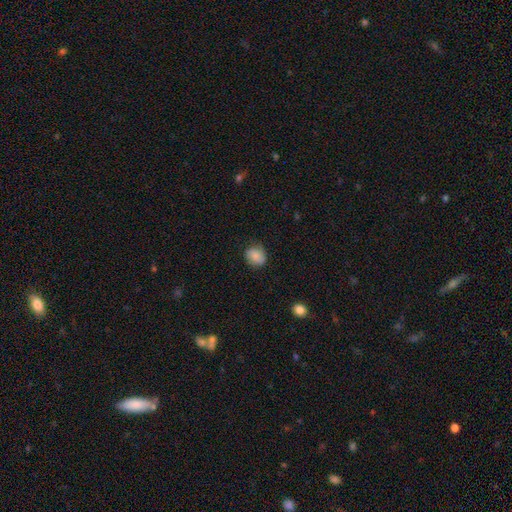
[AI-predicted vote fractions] The model was most divided on "how rounded": round: 68%, in between: 31%, cigar-shaped: 1%. More confident: smooth or featured — smooth (81%); merging — none (74%).